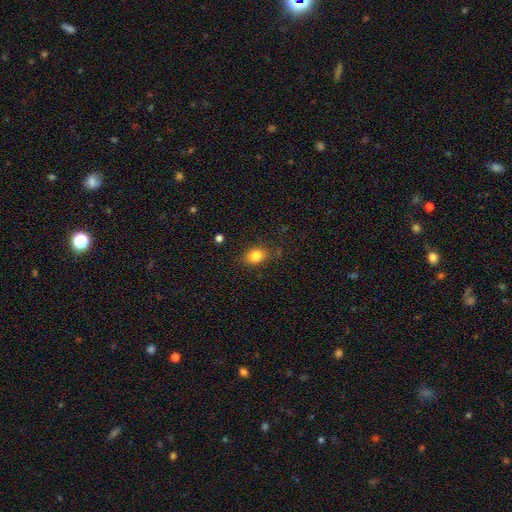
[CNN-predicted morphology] Q: Smooth or featured?
A: smooth (84%); runner-up: star or artifact (10%)
Q: How rounded?
A: in between (69%); runner-up: round (29%)
Q: Merging?
A: none (81%); runner-up: minor disturbance (13%)